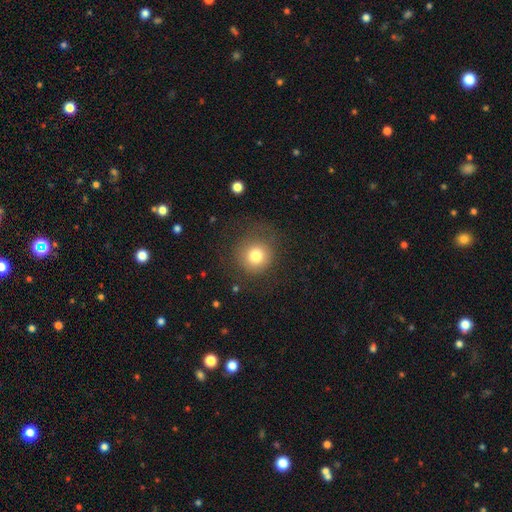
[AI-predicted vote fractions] smooth_or_featured: smooth (p=0.78) [alt: featured or disk p=0.11]
how_rounded: round (p=0.92) [alt: in between p=0.07]
merging: none (p=0.73) [alt: minor disturbance p=0.15]